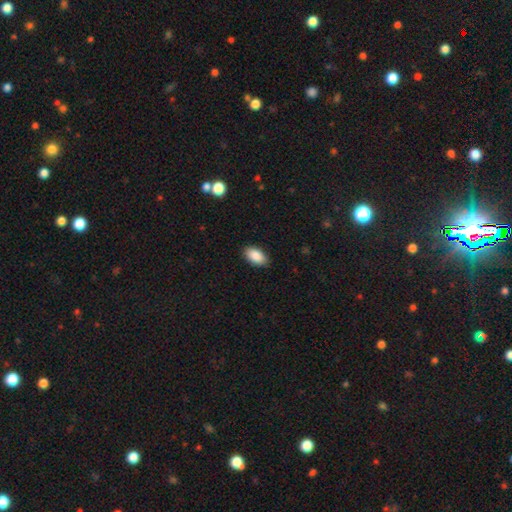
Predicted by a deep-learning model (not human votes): Smooth or featured: smooth — 89% (star or artifact — 7%)
How rounded: in between — 94% (round — 4%)
Merging: none — 88% (minor disturbance — 9%)